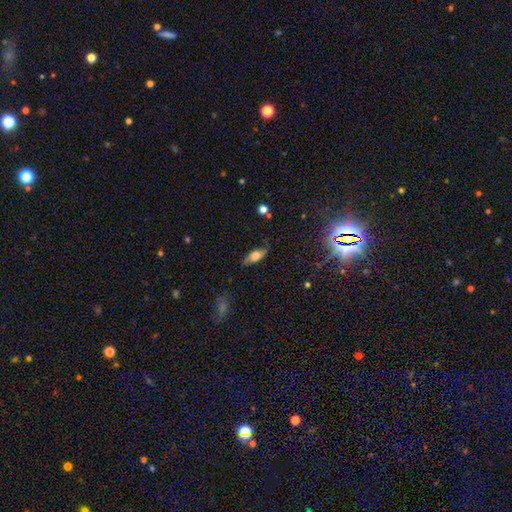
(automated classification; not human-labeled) The model was most divided on "smooth or featured": smooth: 62%, featured or disk: 29%, star or artifact: 8%. More confident: how rounded — in between (77%); merging — none (71%).